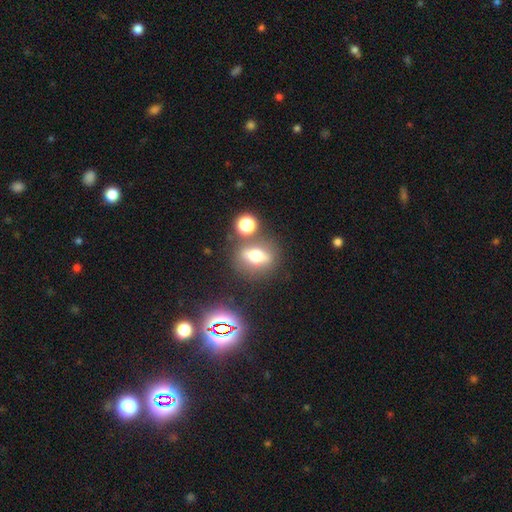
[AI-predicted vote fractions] Morphology: type=smooth (43%); merging=none (74%).